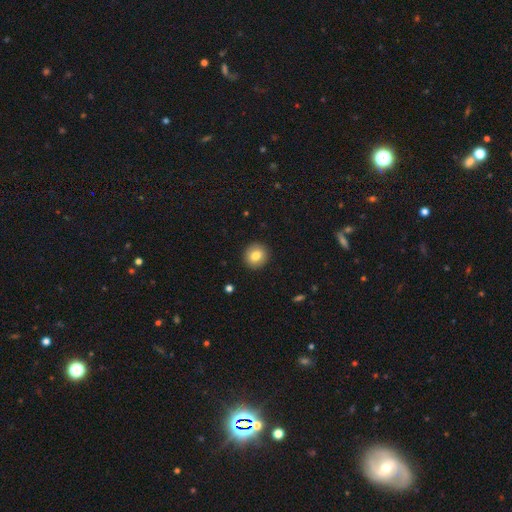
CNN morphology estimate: smooth 81%, featured or disk 11%, star or artifact 8%. Down the decision tree: how rounded — round (90%); merging — none (92%).